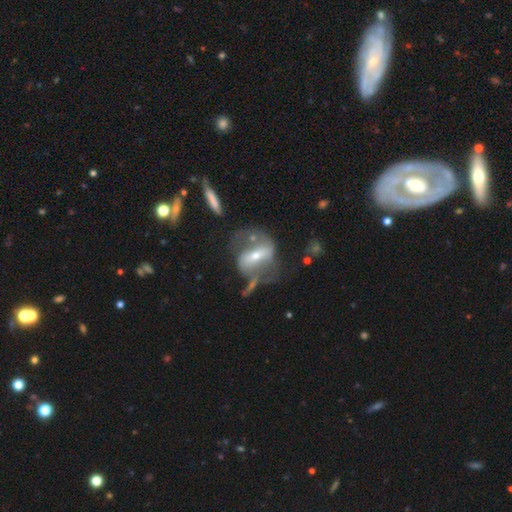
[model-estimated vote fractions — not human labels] featured or disk 76%, smooth 17%, star or artifact 7%. Down the decision tree: edge-on disk — no (91%); bar — strong (60%); spiral arms — yes (76%); spiral arm count — 2 (81%); spiral winding — loose (50%); bulge size — small (53%); merging — none (40%).